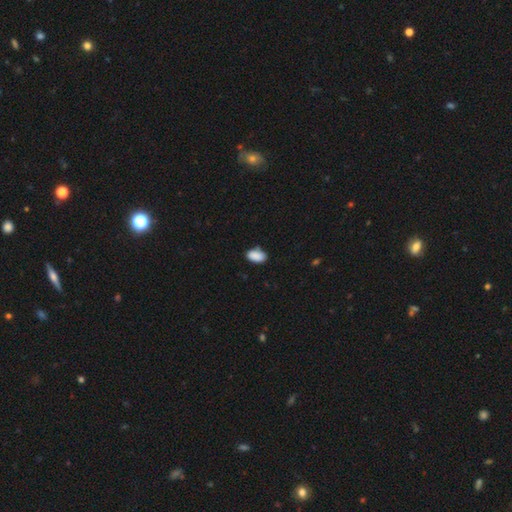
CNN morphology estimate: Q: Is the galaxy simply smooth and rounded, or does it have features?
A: smooth — 89%.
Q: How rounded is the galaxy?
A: in between — 93%.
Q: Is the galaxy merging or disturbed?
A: none — 76%.